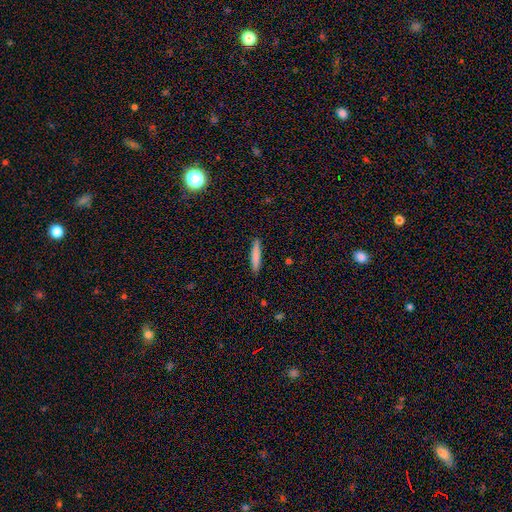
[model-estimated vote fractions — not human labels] smooth 81%, featured or disk 13%, star or artifact 6%. Down the decision tree: how rounded — cigar-shaped (89%); merging — none (89%).